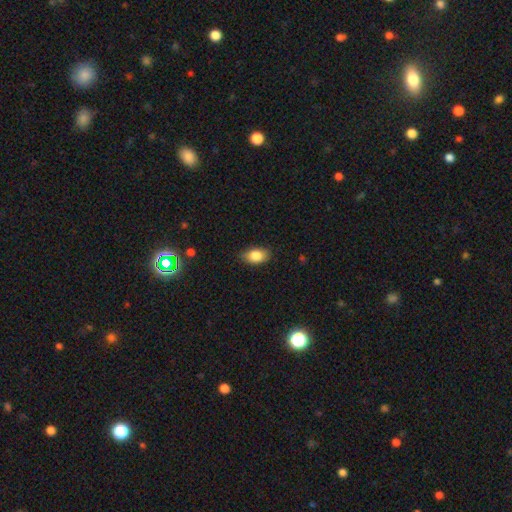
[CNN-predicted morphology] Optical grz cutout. It shows a smooth galaxy with no disk features (84%) that is in between round and cigar-shaped (89%). Merging: none (83%).